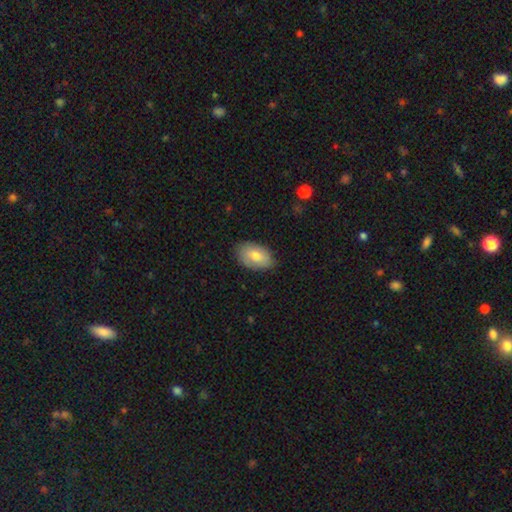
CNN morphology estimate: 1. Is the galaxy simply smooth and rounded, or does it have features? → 75% smooth, 18% featured or disk, 7% star or artifact.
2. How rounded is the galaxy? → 91% in between, 8% round, 1% cigar-shaped.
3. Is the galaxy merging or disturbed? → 81% none, 15% minor disturbance, 3% major disturbance, 1% merger.